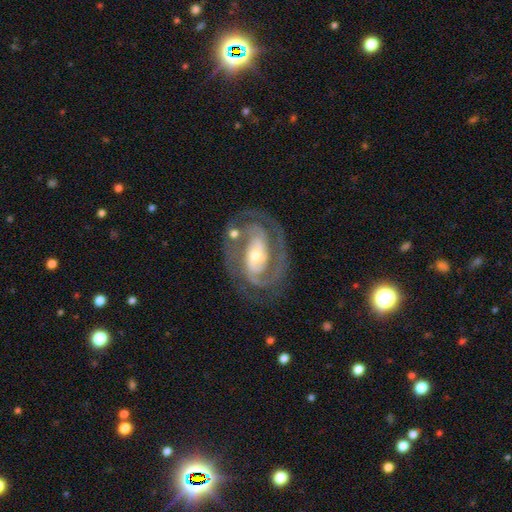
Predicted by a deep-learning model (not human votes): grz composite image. It shows a featured or disk galaxy (90%) with no bar (39%), 2 (74%) tight (60%) spiral arms (96%) and a small central bulge (47%, tied with moderate). Merging: none (72%).